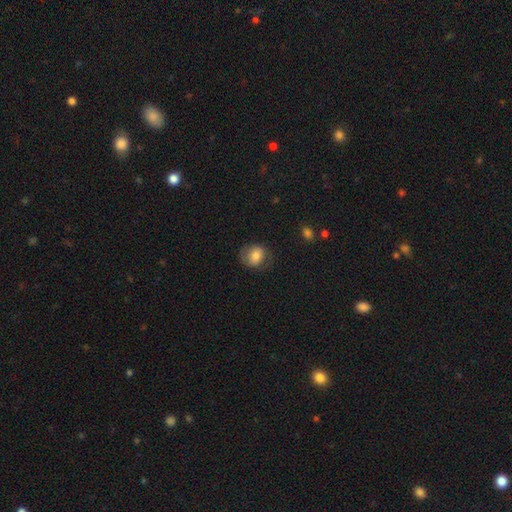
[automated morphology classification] A smooth galaxy with no disk features (67%) that is round (60%). Merging: none (65%).